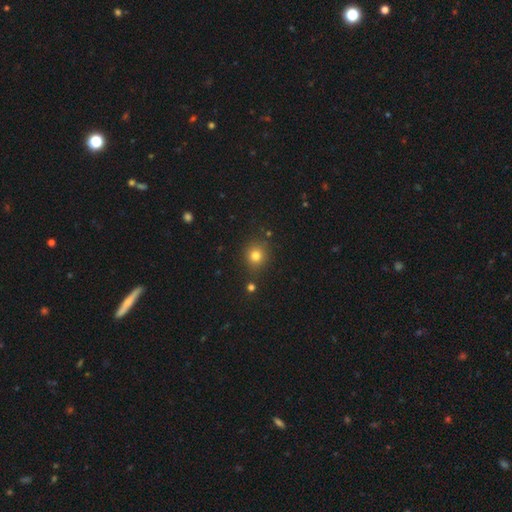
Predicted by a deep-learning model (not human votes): Smooth or featured: smooth — 79% (star or artifact — 14%)
How rounded: round — 86% (in between — 13%)
Merging: none — 83% (minor disturbance — 9%)